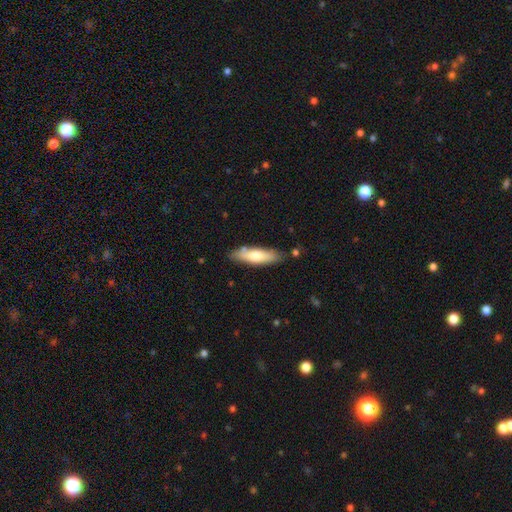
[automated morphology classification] Smooth or featured? Predicted: smooth (p=0.65). How rounded? Predicted: cigar-shaped (p=0.60). Merging? Predicted: none (p=0.79).